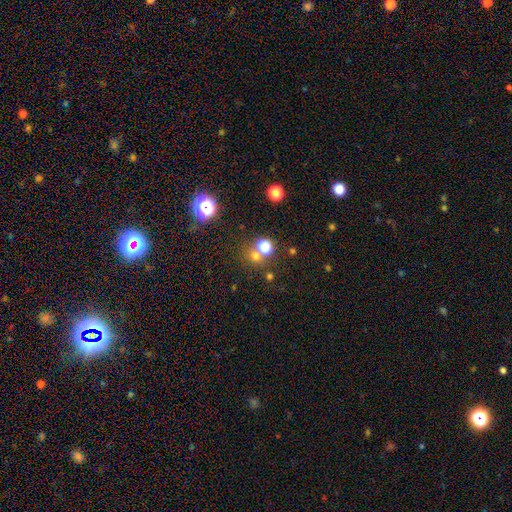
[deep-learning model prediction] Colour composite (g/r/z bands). It shows a smooth galaxy with no disk features (60%) that is round (87%). Merging: none (67%).